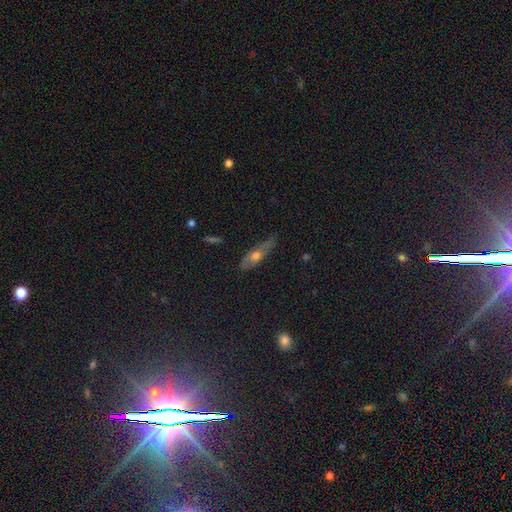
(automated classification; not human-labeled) A featured or disk galaxy (50%).

Vote fractions:
- Smooth or featured? featured or disk: 50% / smooth: 37% / star or artifact: 14%
- Merging? none: 67% / minor disturbance: 23% / major disturbance: 8% / merger: 2%